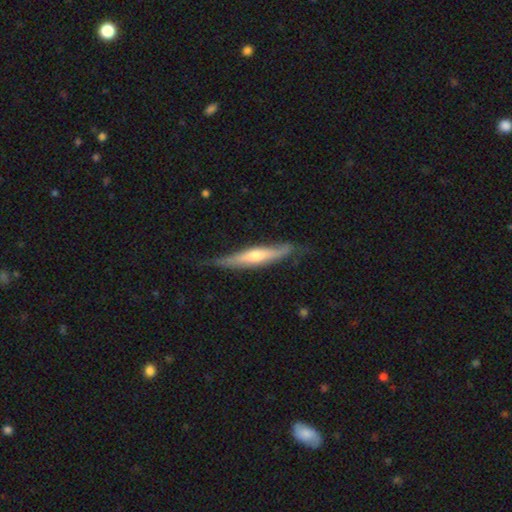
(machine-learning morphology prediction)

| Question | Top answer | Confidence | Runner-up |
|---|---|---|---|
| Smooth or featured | featured or disk | 61% | smooth (34%) |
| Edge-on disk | yes | 87% | no (13%) |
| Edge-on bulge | rounded | 75% | none (17%) |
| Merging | none | 69% | minor disturbance (24%) |